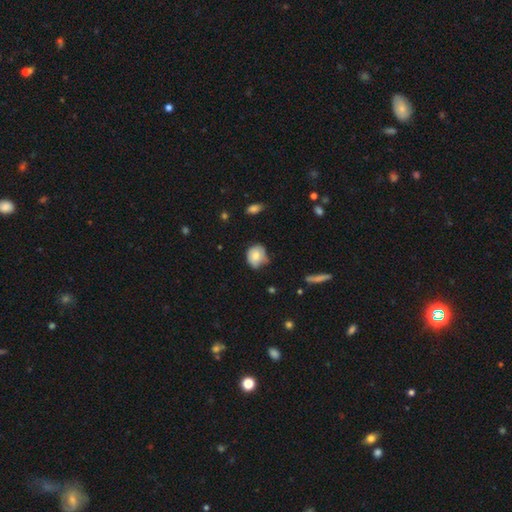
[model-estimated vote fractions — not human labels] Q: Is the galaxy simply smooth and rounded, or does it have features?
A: smooth — 75%.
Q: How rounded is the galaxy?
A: round — 66%.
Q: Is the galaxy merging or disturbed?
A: none — 49%.